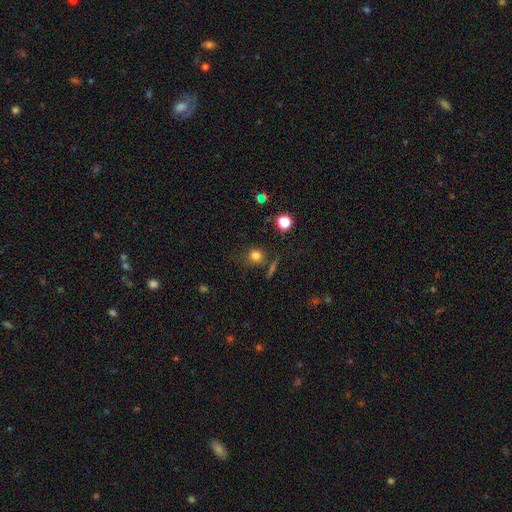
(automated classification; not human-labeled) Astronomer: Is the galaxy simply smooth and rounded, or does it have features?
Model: smooth — 77%.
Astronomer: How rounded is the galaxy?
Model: round — 87%.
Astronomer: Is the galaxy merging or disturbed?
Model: none — 74%.